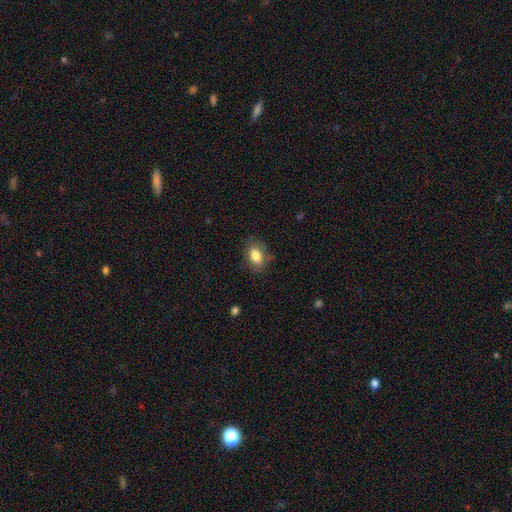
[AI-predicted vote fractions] Smooth or featured? Predicted: smooth (p=0.83). How rounded? Predicted: in between (p=0.85). Merging? Predicted: none (p=0.79).